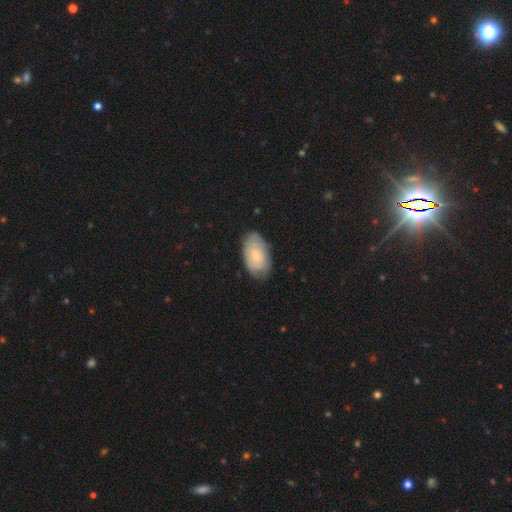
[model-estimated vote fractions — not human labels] smooth_or_featured: smooth (p=0.61) [alt: featured or disk p=0.32]
how_rounded: in between (p=0.94) [alt: round p=0.04]
merging: none (p=0.76) [alt: minor disturbance p=0.19]